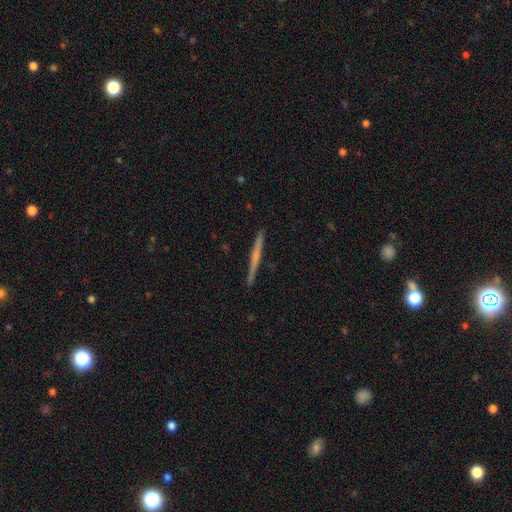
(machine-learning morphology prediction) A featured or disk galaxy (56%) viewed edge-on (98%) with no central bulge (73%).

Vote fractions:
- Smooth or featured? featured or disk: 56% / smooth: 39% / star or artifact: 5%
- Edge-on disk? yes: 98% / no: 2%
- Edge-on bulge? none: 73% / rounded: 20% / boxy: 7%
- Merging? none: 93% / minor disturbance: 5% / major disturbance: 1% / merger: 1%